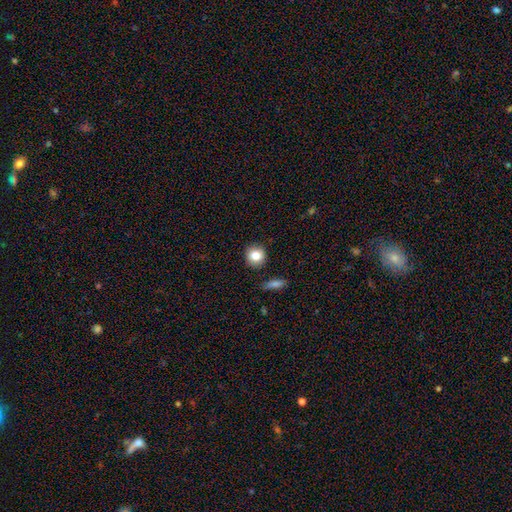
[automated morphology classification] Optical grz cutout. It shows a smooth galaxy with no disk features (82%) that is round (91%). Merging: none (89%).